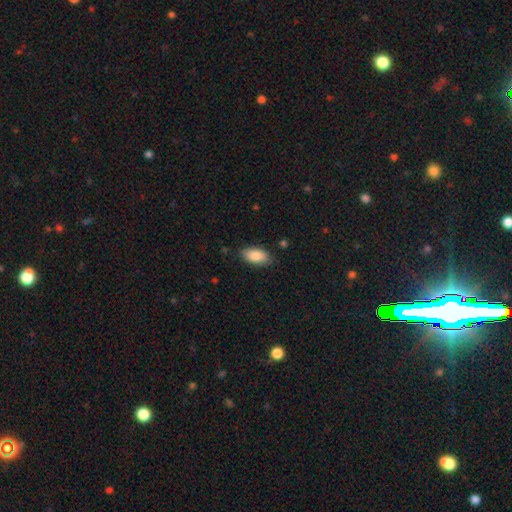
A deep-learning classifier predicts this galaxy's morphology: smooth_or_featured: smooth (p=0.86) [alt: featured or disk p=0.07]
how_rounded: in between (p=0.93) [alt: cigar-shaped p=0.04]
merging: none (p=0.84) [alt: minor disturbance p=0.12]